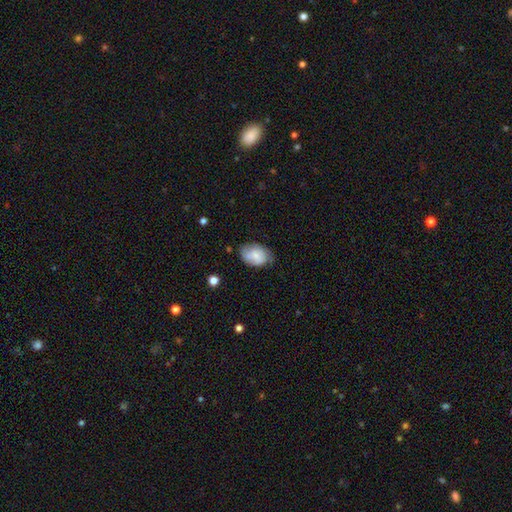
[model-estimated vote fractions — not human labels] Q: Smooth or featured?
A: smooth (72%); runner-up: featured or disk (21%)
Q: How rounded?
A: in between (81%); runner-up: round (18%)
Q: Merging?
A: none (60%); runner-up: minor disturbance (31%)